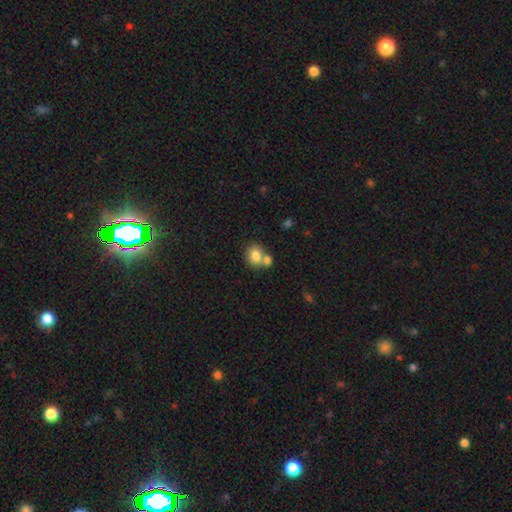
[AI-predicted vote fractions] Smooth or featured? smooth (81%)
How rounded? round (52%)
Merging? none (44%)